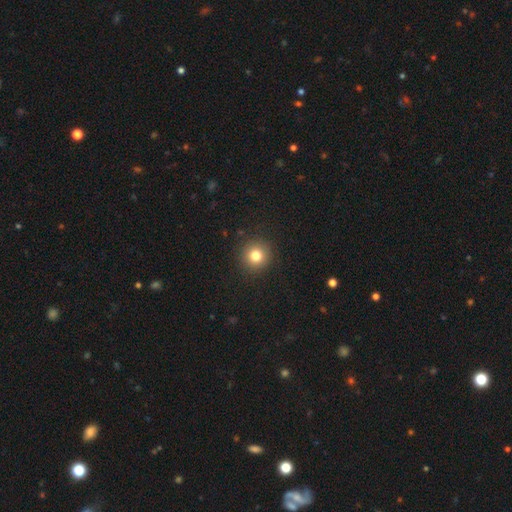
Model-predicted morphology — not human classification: Q: Smooth or featured?
A: smooth (79%); runner-up: star or artifact (13%)
Q: How rounded?
A: round (94%); runner-up: in between (5%)
Q: Merging?
A: none (92%); runner-up: minor disturbance (5%)